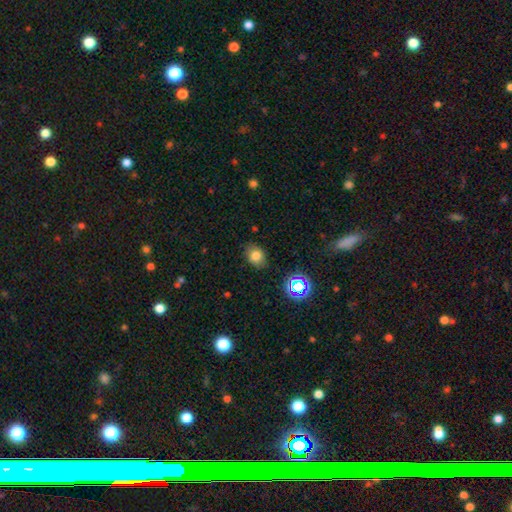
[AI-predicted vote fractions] smooth-or-featured: smooth: 77% | star or artifact: 15% | featured or disk: 9%
  how-rounded: in between: 62% | round: 37% | cigar-shaped: 1%
  merging: none: 83% | minor disturbance: 12% | major disturbance: 3% | merger: 2%